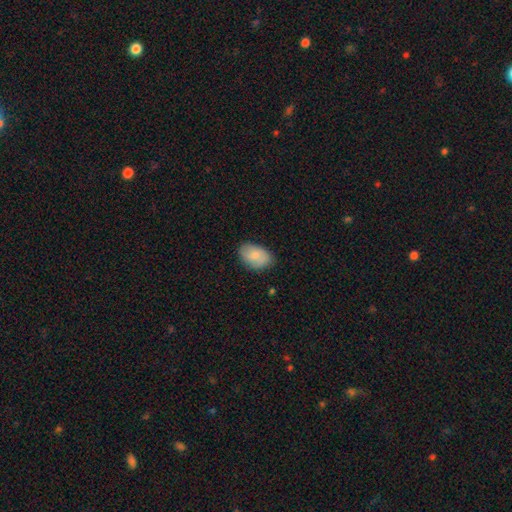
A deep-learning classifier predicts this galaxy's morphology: type=smooth (79%); roundness=in between (89%); merging=none (79%).